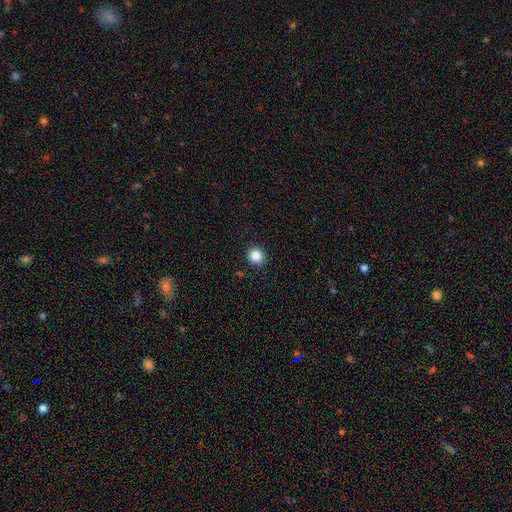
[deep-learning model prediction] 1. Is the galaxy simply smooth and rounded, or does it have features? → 85% smooth, 10% star or artifact, 4% featured or disk.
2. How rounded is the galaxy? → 91% round, 8% in between, 1% cigar-shaped.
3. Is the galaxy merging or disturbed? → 92% none, 6% minor disturbance, 2% major disturbance, 1% merger.